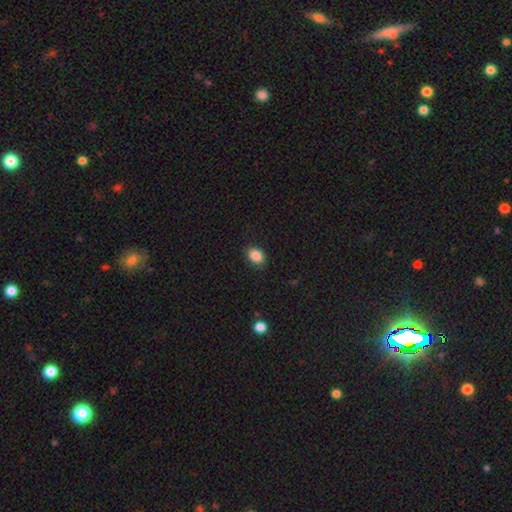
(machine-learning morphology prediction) smooth 87%, star or artifact 9%, featured or disk 3%. Down the decision tree: how rounded — in between (61%); merging — none (87%).